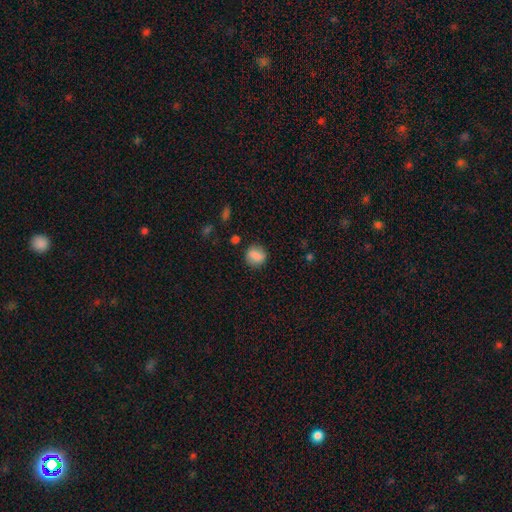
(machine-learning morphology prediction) Overall: smooth (83%). How rounded: round (65%; in between 33%). Merging: none (81%).